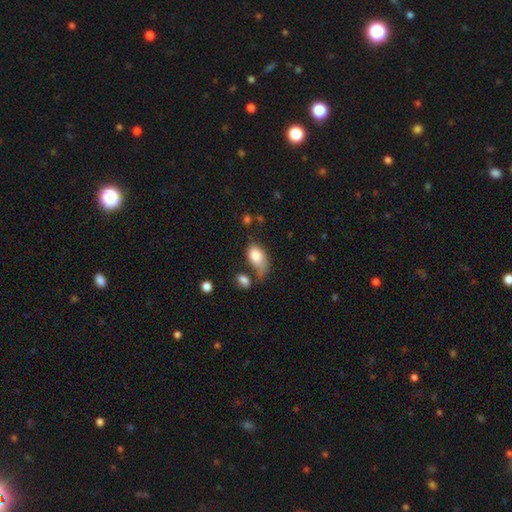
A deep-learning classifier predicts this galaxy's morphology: This appears to be a smooth galaxy with no disk features (81%) that is in between round and cigar-shaped (91%). Merging: none (32%).